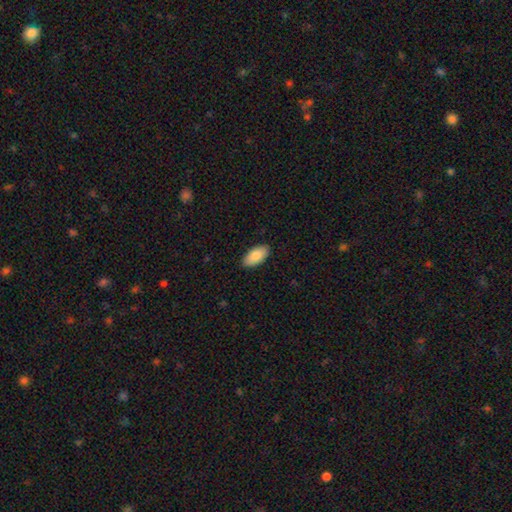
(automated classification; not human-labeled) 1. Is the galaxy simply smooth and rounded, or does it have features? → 87% smooth, 8% featured or disk, 6% star or artifact.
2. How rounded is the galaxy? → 94% in between, 5% cigar-shaped, 2% round.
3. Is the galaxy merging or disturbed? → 89% none, 8% minor disturbance, 2% major disturbance, 1% merger.